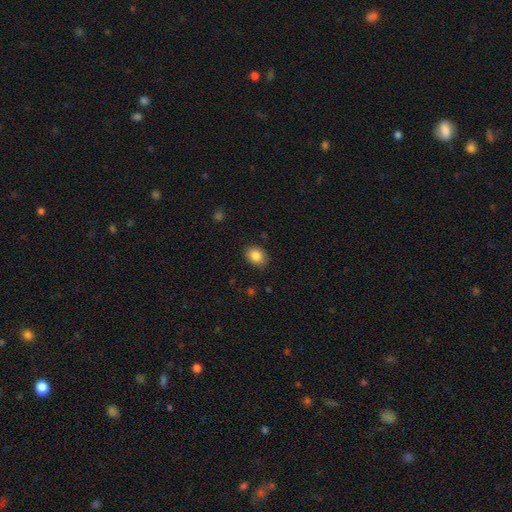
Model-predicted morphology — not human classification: Smooth or featured: smooth — 86% (star or artifact — 8%)
How rounded: in between — 59% (round — 40%)
Merging: none — 83% (minor disturbance — 13%)